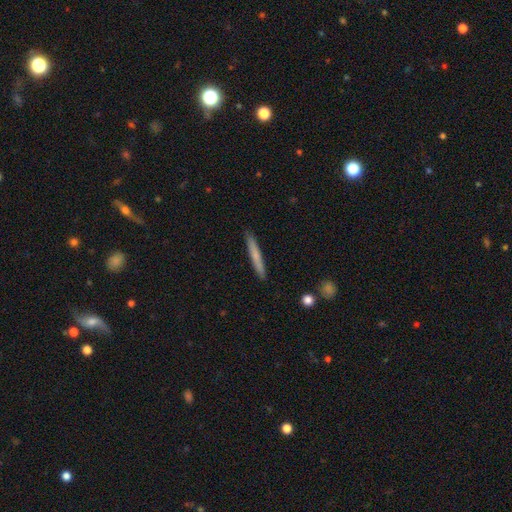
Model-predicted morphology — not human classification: smooth_or_featured: smooth (p=0.69) [alt: featured or disk p=0.25]
how_rounded: cigar-shaped (p=0.96) [alt: in between p=0.03]
merging: none (p=0.91) [alt: minor disturbance p=0.07]